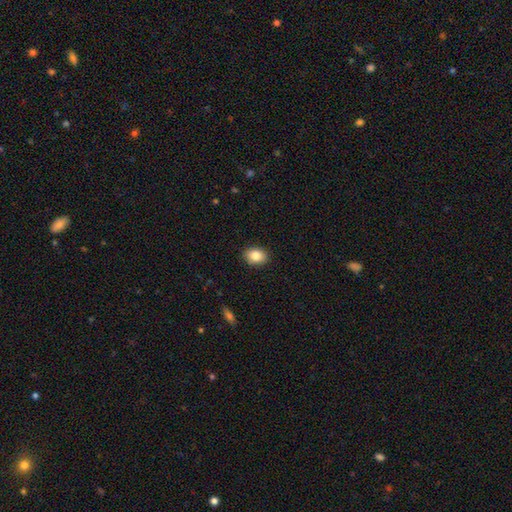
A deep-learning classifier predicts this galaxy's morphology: This appears to be a smooth galaxy with no disk features (84%) that is in between round and cigar-shaped (69%). Merging: none (89%).